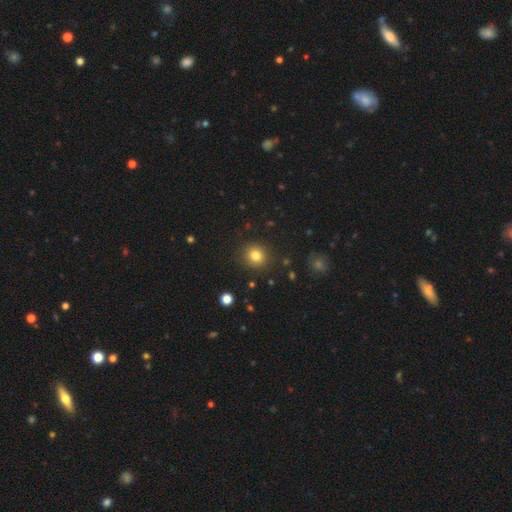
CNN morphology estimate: type=smooth (81%); roundness=round (89%); merging=none (89%).